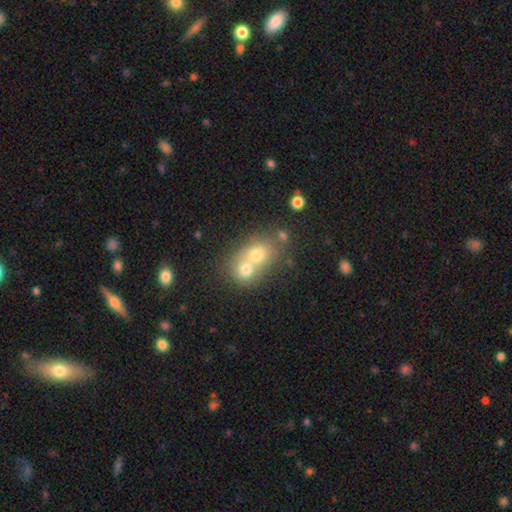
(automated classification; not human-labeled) The model was most divided on "how rounded": round: 62%, in between: 37%, cigar-shaped: 1%. More confident: merging — merger (67%); smooth or featured — smooth (65%).